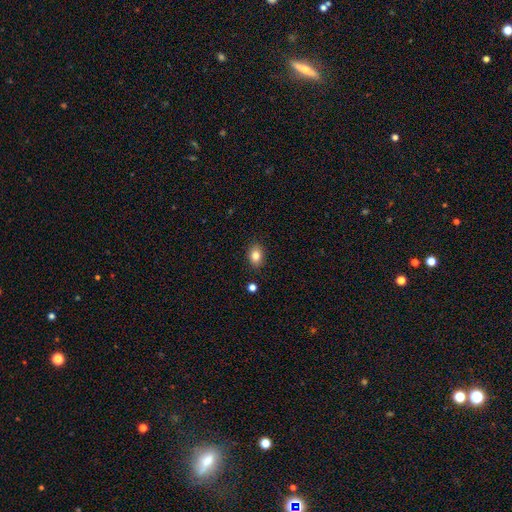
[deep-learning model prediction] This is clearly a smooth galaxy (83%). How rounded: likely in between (69%). Merging: clearly none (86%).